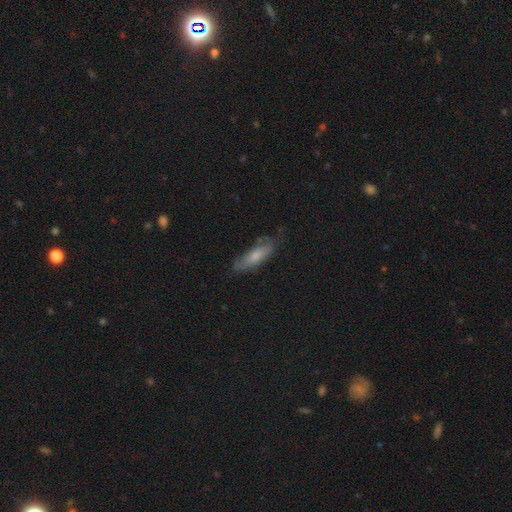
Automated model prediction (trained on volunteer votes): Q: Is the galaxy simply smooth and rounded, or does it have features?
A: smooth — 64%.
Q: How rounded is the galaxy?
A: cigar-shaped — 52%.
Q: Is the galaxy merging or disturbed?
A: none — 67%.